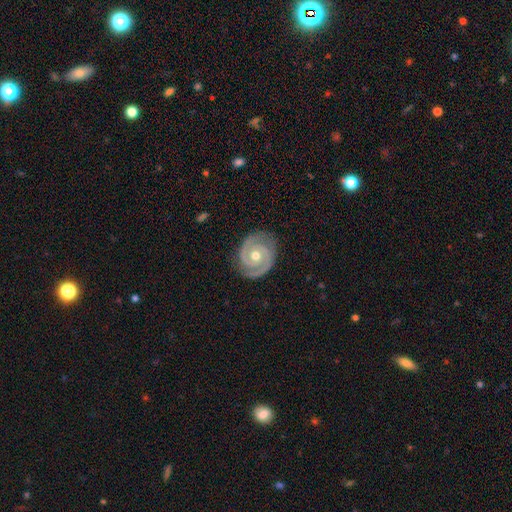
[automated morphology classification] This appears to be a featured or disk galaxy (93%) with no bar (69%), 2 (92%) tight (72%) spiral arms (98%) and a moderate central bulge (72%). Merging: none (85%).